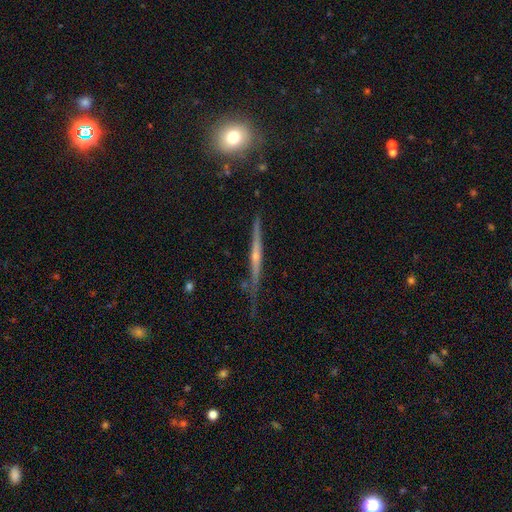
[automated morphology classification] This is likely a featured or disk galaxy (76%). It is clearly viewed edge-on (96%). Edge-on bulge: likely rounded (65%). Merging: likely none (71%).